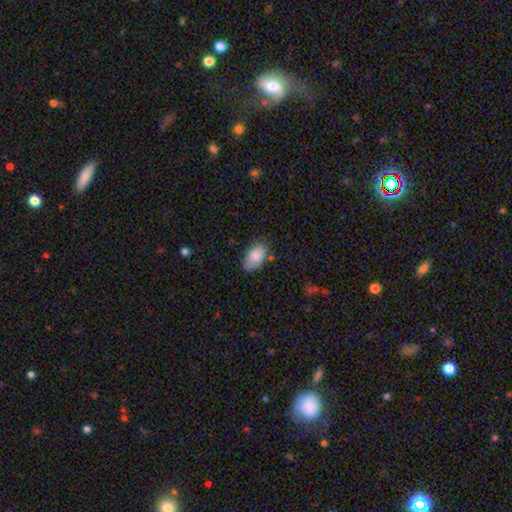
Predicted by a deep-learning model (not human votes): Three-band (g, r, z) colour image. It shows a smooth galaxy with no disk features (85%) that is in between round and cigar-shaped (94%). Merging: none (73%).